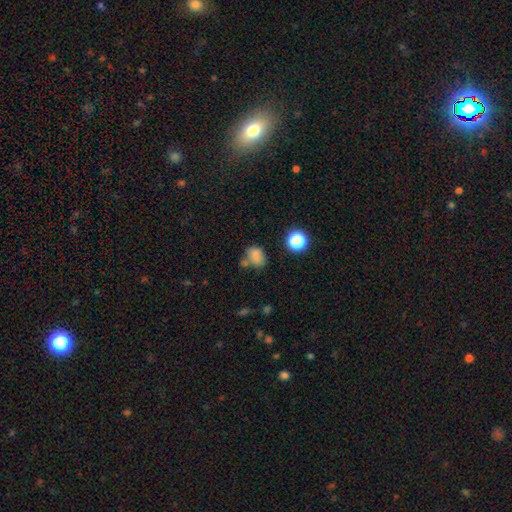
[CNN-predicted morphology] Smooth or featured?
  - smooth: 77% *
  - star or artifact: 14%
  - featured or disk: 8%
How rounded?
  - in between: 58% *
  - round: 41%
  - cigar-shaped: 1%
Merging?
  - none: 53% *
  - minor disturbance: 21%
  - merger: 18%
  - major disturbance: 8%